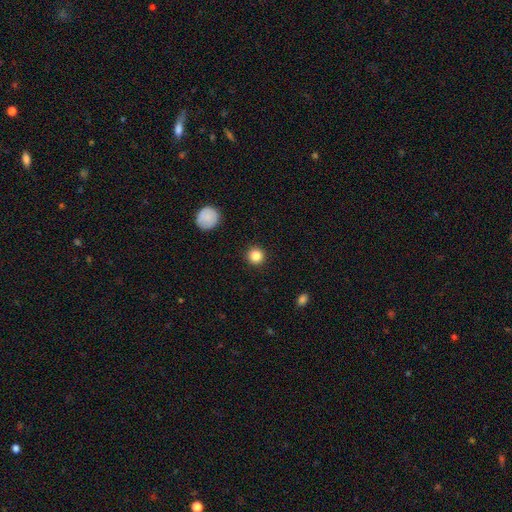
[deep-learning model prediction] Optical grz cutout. It shows a smooth galaxy with no disk features (85%) that is round (95%). Merging: none (92%).